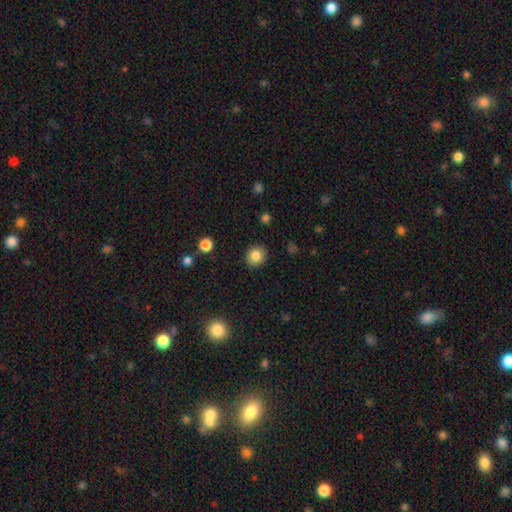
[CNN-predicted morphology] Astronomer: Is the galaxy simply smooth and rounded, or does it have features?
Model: smooth — 83%.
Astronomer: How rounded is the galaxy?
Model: round — 84%.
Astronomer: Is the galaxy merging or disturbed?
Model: none — 91%.